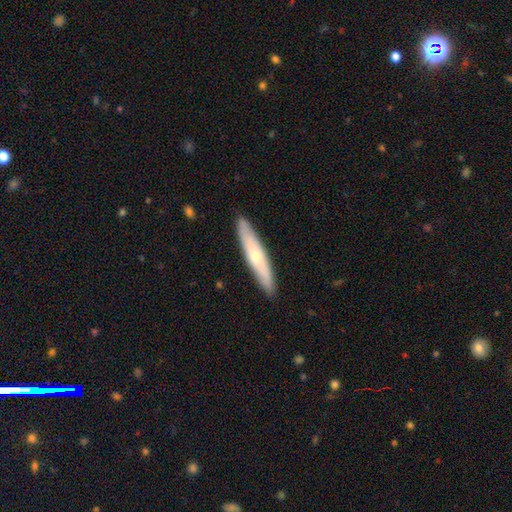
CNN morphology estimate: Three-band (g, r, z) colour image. It shows a featured or disk galaxy (49%). Merging: none (89%).